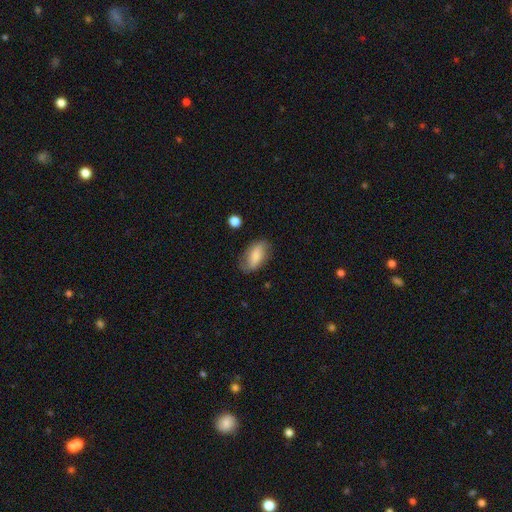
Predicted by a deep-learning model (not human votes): smooth_or_featured: smooth (p=0.69) [alt: featured or disk p=0.24]
how_rounded: in between (p=0.88) [alt: cigar-shaped p=0.08]
merging: none (p=0.70) [alt: minor disturbance p=0.22]